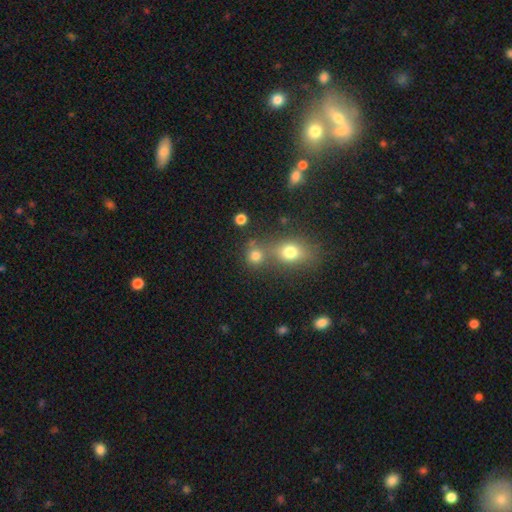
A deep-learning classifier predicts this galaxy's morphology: smooth_or_featured: smooth (p=0.78) [alt: star or artifact p=0.15]
how_rounded: round (p=0.84) [alt: in between p=0.15]
merging: none (p=0.55) [alt: merger p=0.33]